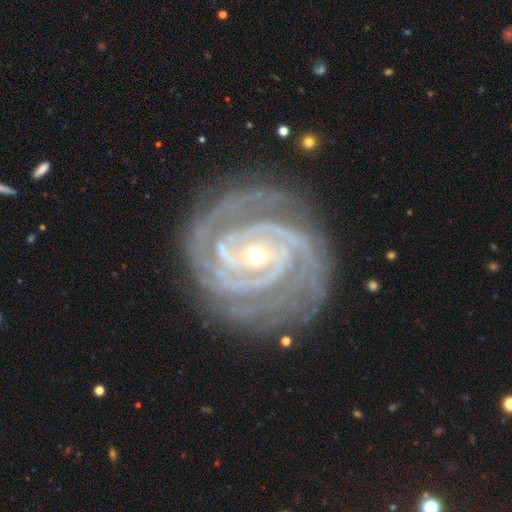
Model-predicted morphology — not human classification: The model was most divided on "spiral arm count": 2: 27%, 3: 25%, 4: 17%, can't tell: 15%, more than 4: 8%, 1: 7%. Remaining: spiral arms — yes (99%); edge-on disk — no (97%); smooth or featured — featured or disk (93%); spiral winding — tight (82%); merging — none (80%); bulge size — small (70%); bar — no (39%).